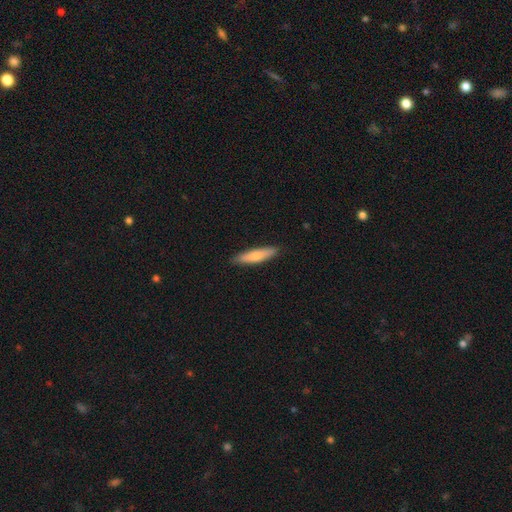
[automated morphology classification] Smooth or featured? Predicted: smooth (p=0.72). How rounded? Predicted: cigar-shaped (p=0.79). Merging? Predicted: none (p=0.89).